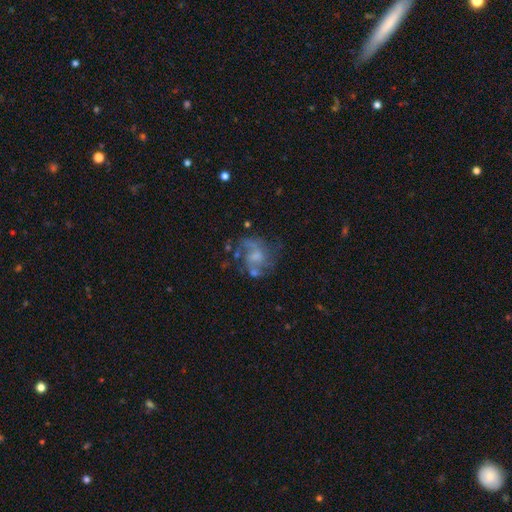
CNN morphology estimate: Q: Smooth or featured?
A: featured or disk (64%); runner-up: smooth (25%)
Q: Edge-on disk?
A: no (98%); runner-up: yes (2%)
Q: Bar?
A: no (62%); runner-up: weak (33%)
Q: Spiral arms?
A: yes (70%); runner-up: no (30%)
Q: Bulge size?
A: moderate (35%); runner-up: small (31%)
Q: Merging?
A: none (46%); runner-up: major disturbance (25%)